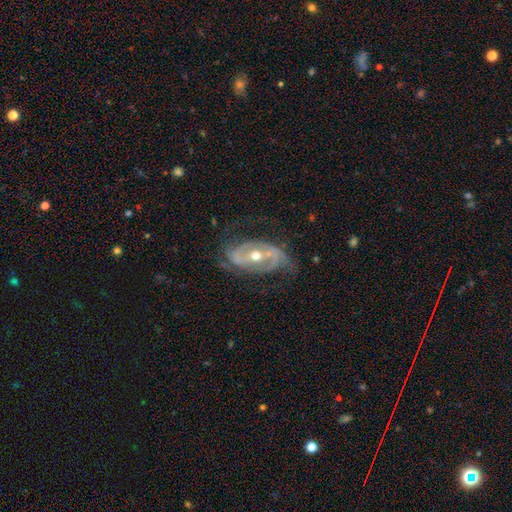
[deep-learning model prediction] smooth_or_featured: featured or disk (p=0.86) [alt: smooth p=0.08]
disk_edge_on: no (p=0.94) [alt: yes p=0.06]
bar: no (p=0.44) [alt: weak p=0.31]
has_spiral_arms: yes (p=0.90) [alt: no p=0.10]
spiral_winding: medium (p=0.41) [alt: tight p=0.35]
spiral_arm_count: 2 (p=0.70) [alt: can't tell p=0.13]
bulge_size: moderate (p=0.69) [alt: small p=0.27]
merging: none (p=0.67) [alt: minor disturbance p=0.20]